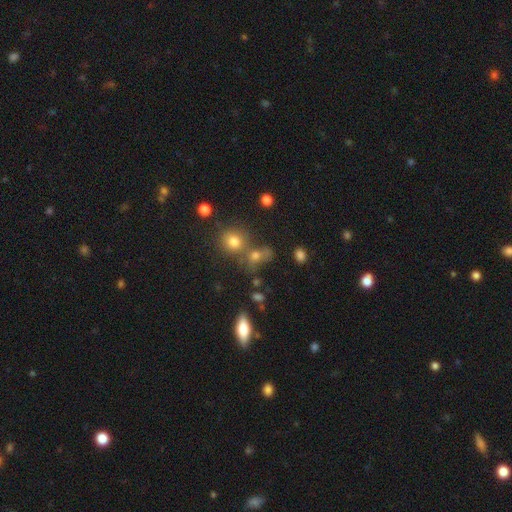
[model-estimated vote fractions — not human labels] smooth 69%, star or artifact 19%, featured or disk 12%. Down the decision tree: how rounded — round (56%); merging — none (43%).